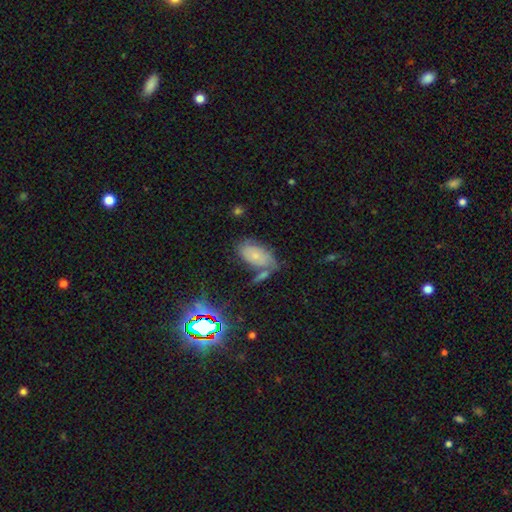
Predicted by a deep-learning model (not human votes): smooth 57%, featured or disk 26%, star or artifact 16%. Down the decision tree: how rounded — in between (91%); merging — none (55%).